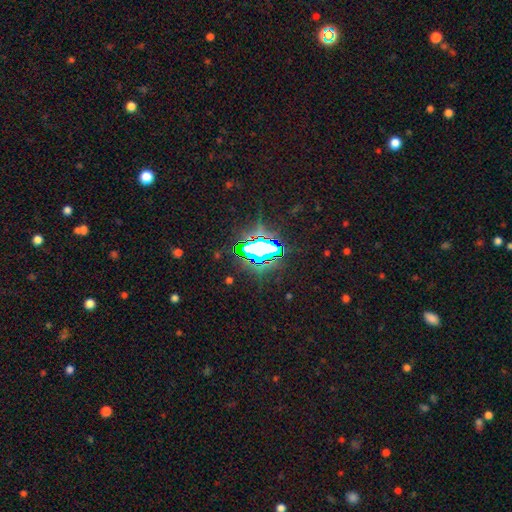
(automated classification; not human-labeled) Q: Smooth or featured?
A: star or artifact (80%); runner-up: smooth (12%)